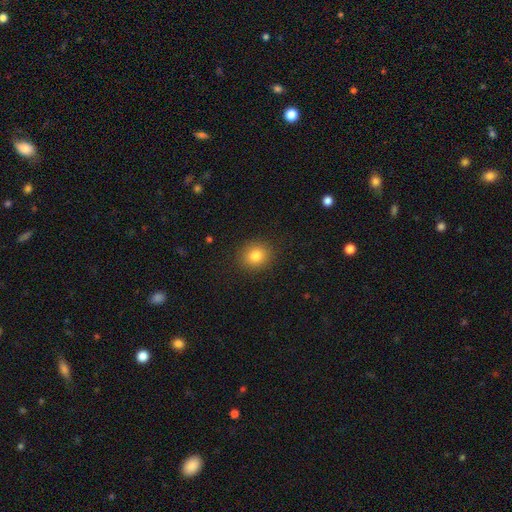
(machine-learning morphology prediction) The model was most divided on "how rounded": round: 77%, in between: 22%, cigar-shaped: 1%. More confident: merging — none (89%); smooth or featured — smooth (82%).